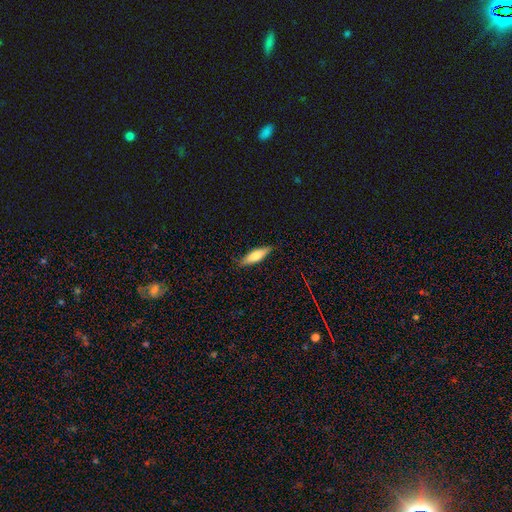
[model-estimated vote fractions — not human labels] Morphology: type=smooth (69%); roundness=cigar-shaped (55%); merging=none (85%).